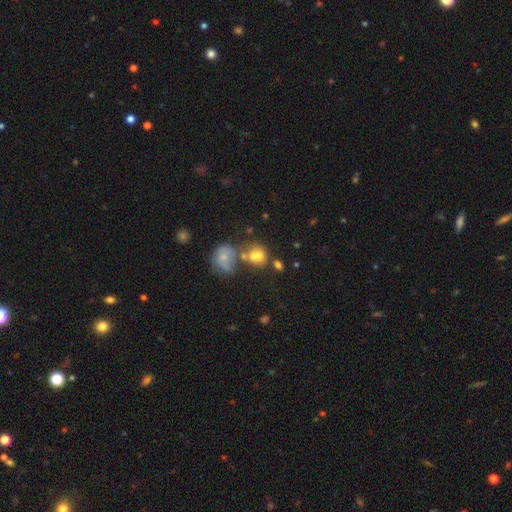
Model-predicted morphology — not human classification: smooth 68%, featured or disk 17%, star or artifact 14%. Down the decision tree: how rounded — in between (54%); merging — none (38%).